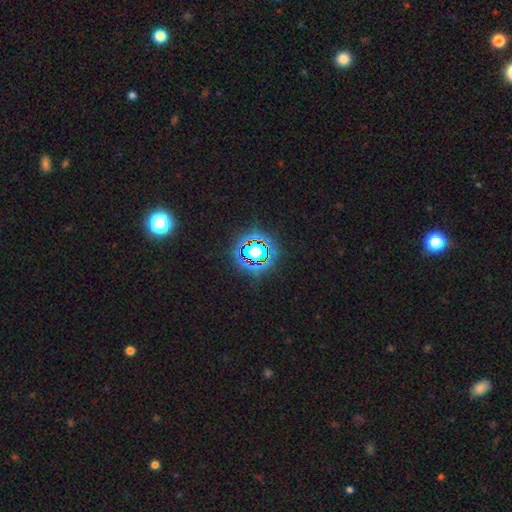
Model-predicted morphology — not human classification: A star or artifact, not a galaxy (75%).

Vote fractions:
- Smooth or featured? star or artifact: 75% / smooth: 15% / featured or disk: 10%